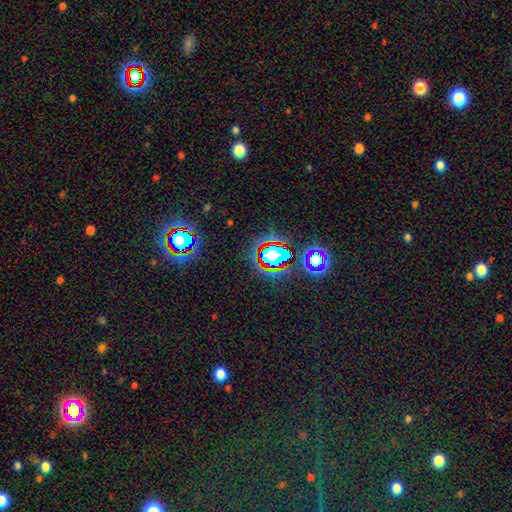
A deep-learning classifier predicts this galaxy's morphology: star or artifact 78%, smooth 13%, featured or disk 9%.